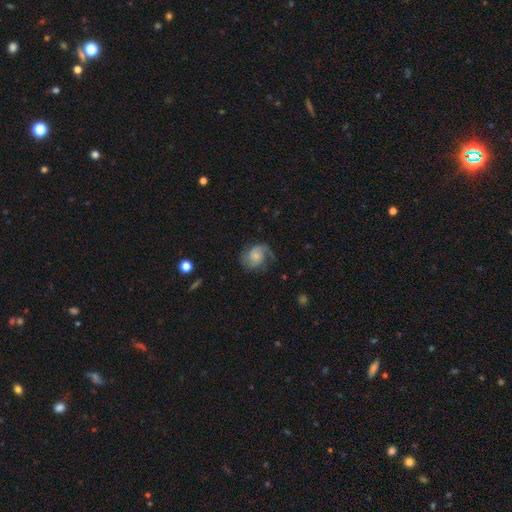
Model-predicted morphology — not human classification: A featured or disk galaxy (63%) with no bar (72%), 2 (48%) medium (43%) spiral arms (90%) and a small central bulge (56%).

Vote fractions:
- Smooth or featured? featured or disk: 63% / smooth: 29% / star or artifact: 8%
- Edge-on disk? no: 98% / yes: 2%
- Bar? no: 72% / weak: 25% / strong: 4%
- Spiral arms? yes: 90% / no: 10%
- Spiral winding? medium: 43% / loose: 31% / tight: 27%
- Spiral arm count? 2: 48% / 1: 32% / can't tell: 12% / 3: 5% / 4: 2% / more than 4: 2%
- Bulge size? small: 56% / moderate: 27% / none: 11% / large: 4% / dominant: 2%
- Merging? none: 55% / minor disturbance: 24% / major disturbance: 20% / merger: 2%